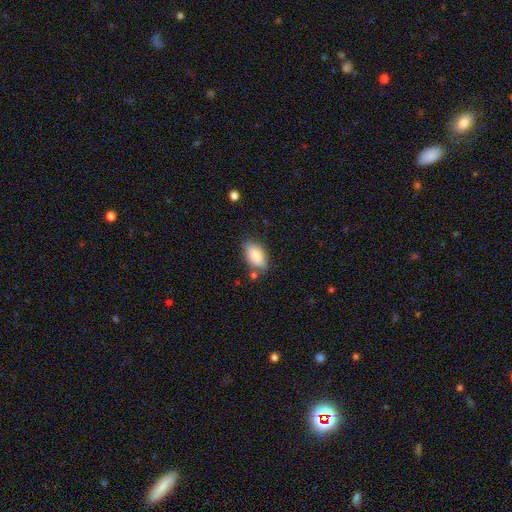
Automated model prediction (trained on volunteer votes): Smooth or featured? smooth (82%)
How rounded? in between (90%)
Merging? none (72%)